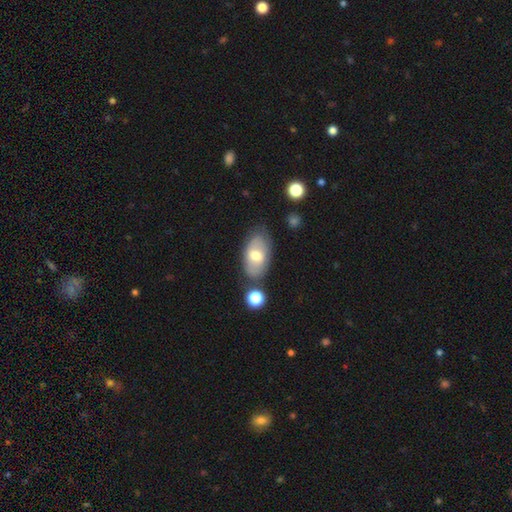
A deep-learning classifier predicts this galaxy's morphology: smooth-or-featured: smooth: 59% | featured or disk: 34% | star or artifact: 7%
  how-rounded: in between: 92% | round: 6% | cigar-shaped: 2%
  merging: none: 67% | minor disturbance: 19% | merger: 8% | major disturbance: 6%